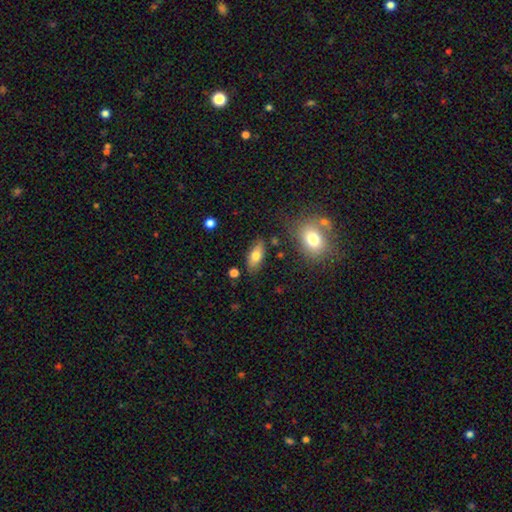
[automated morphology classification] This appears to be a smooth galaxy with no disk features (74%) that is in between round and cigar-shaped (84%). Merging: none (79%).